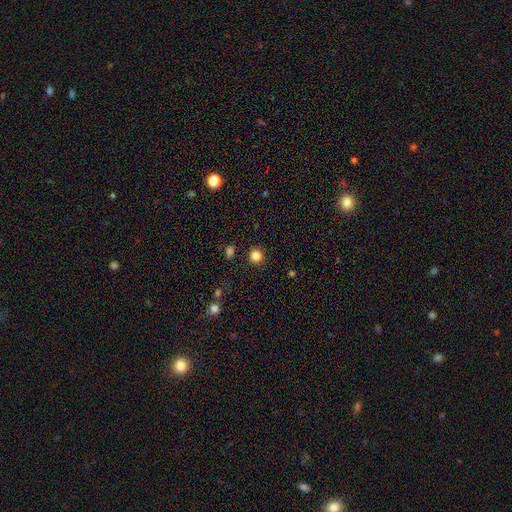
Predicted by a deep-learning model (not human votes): The model was most divided on "smooth or featured": smooth: 84%, star or artifact: 12%, featured or disk: 3%. More confident: merging — none (90%); how rounded — round (90%).